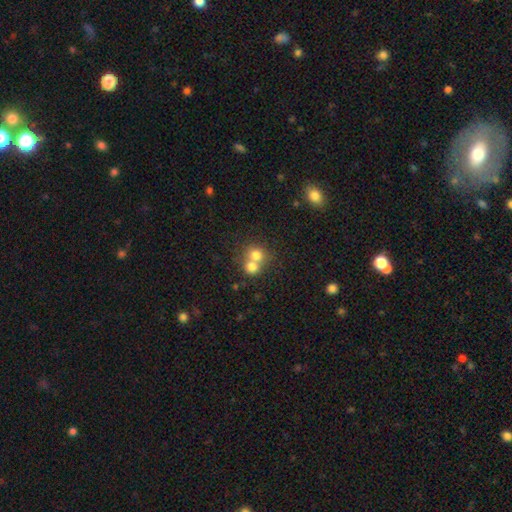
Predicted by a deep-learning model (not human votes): smooth-or-featured: smooth: 75% | featured or disk: 14% | star or artifact: 11%
  how-rounded: round: 82% | in between: 17% | cigar-shaped: 1%
  merging: merger: 62% | none: 31% | minor disturbance: 4% | major disturbance: 2%